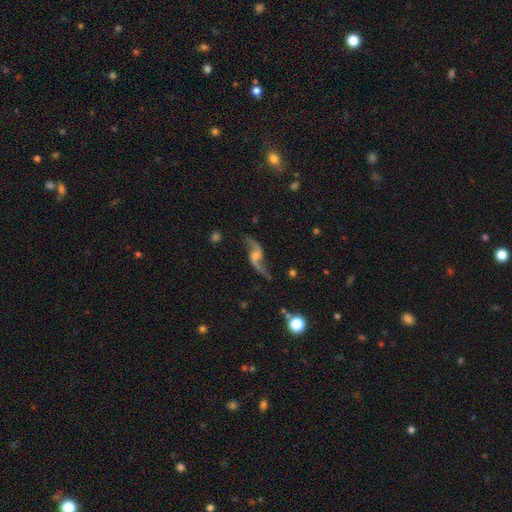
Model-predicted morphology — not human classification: Overall: featured or disk (89%). Edge-on disk: no (95%). Bar: no (48%; weak 40%). Spiral arms: yes (97%). Spiral arm count: 2 (94%). Spiral winding: loose (92%). Bulge size: none (34%; small 33%). Merging: none (76%).